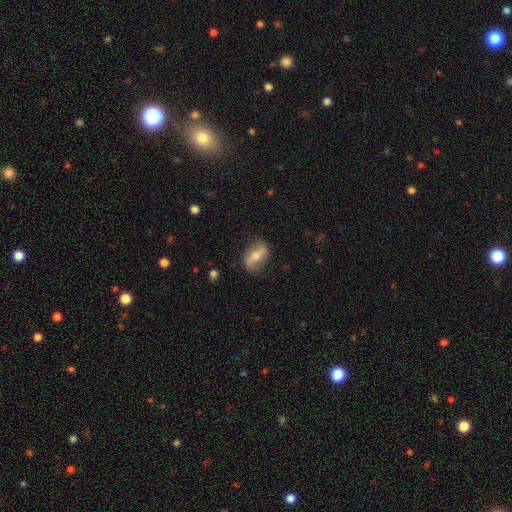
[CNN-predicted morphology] smooth-or-featured: featured or disk: 48% | smooth: 45% | star or artifact: 7%
  merging: none: 79% | minor disturbance: 16% | major disturbance: 4% | merger: 1%